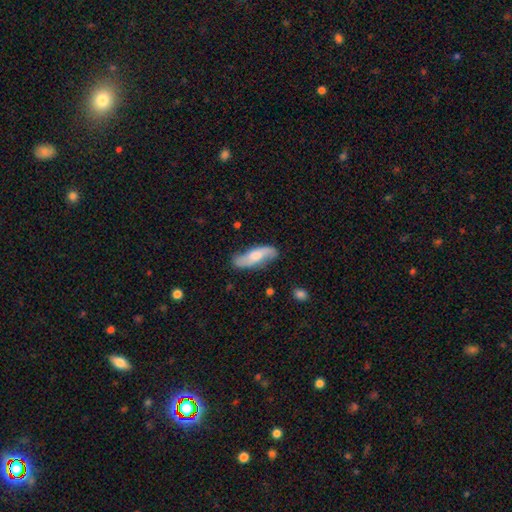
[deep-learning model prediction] Smooth or featured? Predicted: smooth (p=0.51). How rounded? Predicted: in between (p=0.53). Merging? Predicted: none (p=0.73).